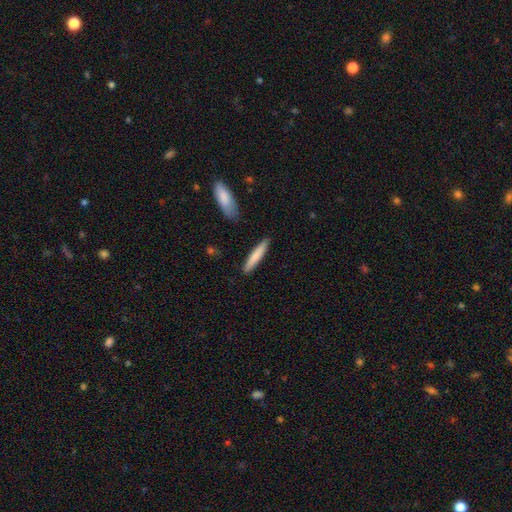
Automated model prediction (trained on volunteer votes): smooth-or-featured: smooth: 78% | featured or disk: 17% | star or artifact: 5%
  how-rounded: cigar-shaped: 91% | in between: 8% | round: 1%
  merging: none: 89% | minor disturbance: 7% | merger: 2% | major disturbance: 2%